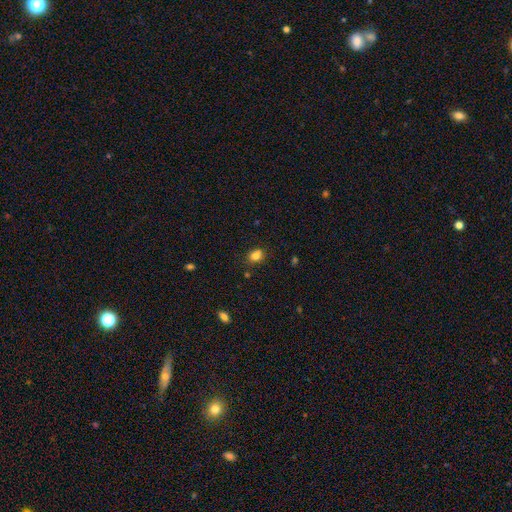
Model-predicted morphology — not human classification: type=smooth (81%); roundness=in between (57%); merging=none (76%).